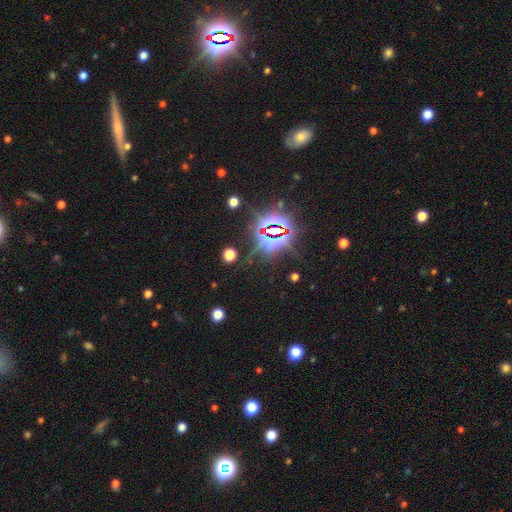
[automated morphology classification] Q: Smooth or featured?
A: star or artifact (82%); runner-up: smooth (11%)